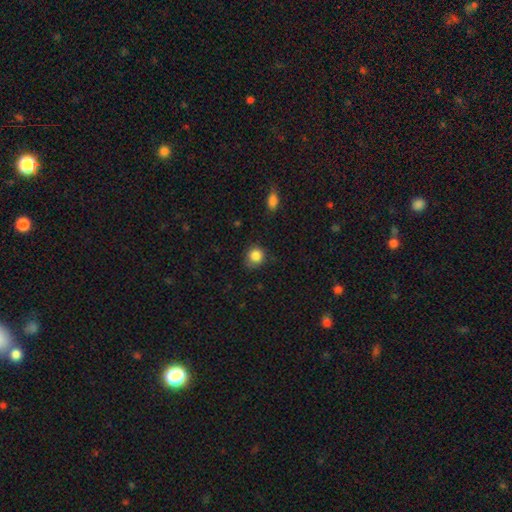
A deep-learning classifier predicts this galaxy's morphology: A smooth galaxy with no disk features (86%) that is round (85%).

Vote fractions:
- Smooth or featured? smooth: 86% / star or artifact: 10% / featured or disk: 4%
- How rounded? round: 85% / in between: 14% / cigar-shaped: 1%
- Merging? none: 75% / minor disturbance: 19% / major disturbance: 4% / merger: 1%